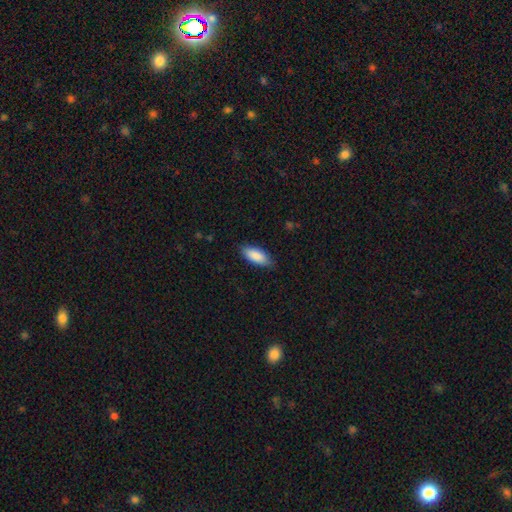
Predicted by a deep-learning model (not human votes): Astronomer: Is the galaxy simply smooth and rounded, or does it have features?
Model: smooth — 88%.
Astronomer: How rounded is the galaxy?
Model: in between — 83%.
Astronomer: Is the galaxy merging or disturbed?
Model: none — 82%.